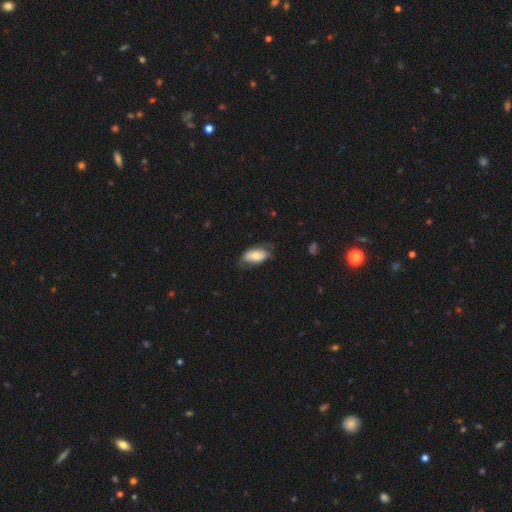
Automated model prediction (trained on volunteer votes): smooth-or-featured: smooth: 69% | featured or disk: 25% | star or artifact: 6%
  how-rounded: in between: 93% | round: 4% | cigar-shaped: 3%
  merging: none: 60% | minor disturbance: 28% | major disturbance: 10% | merger: 1%